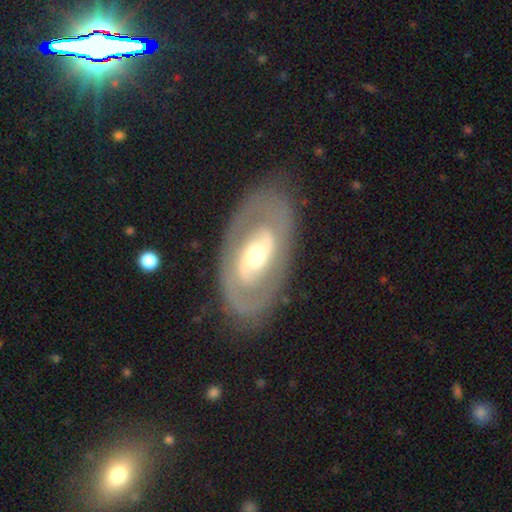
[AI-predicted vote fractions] A featured or disk galaxy (73%) with no bar (56%), no spiral arms (54%) and a moderate central bulge (64%). Merging: none (82%).